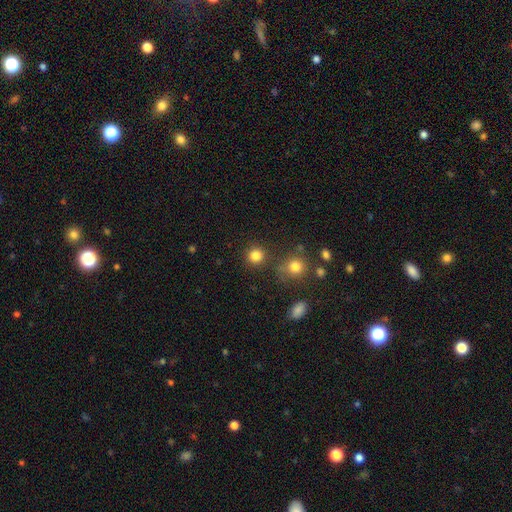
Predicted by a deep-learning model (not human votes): This is clearly a smooth galaxy (83%). How rounded: clearly round (93%). Merging: clearly none (85%).